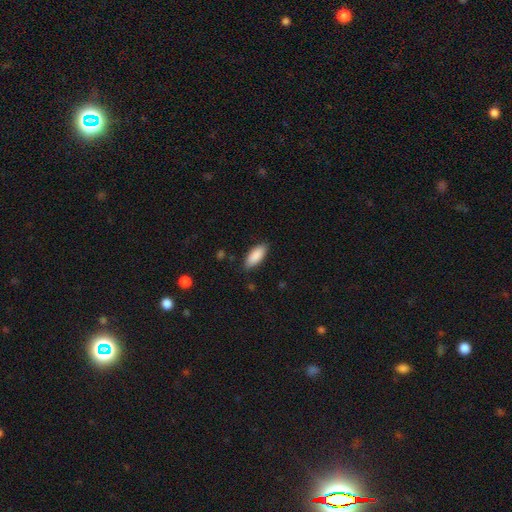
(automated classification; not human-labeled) smooth-or-featured: smooth: 89% | star or artifact: 6% | featured or disk: 5%
  how-rounded: in between: 83% | cigar-shaped: 15% | round: 2%
  merging: none: 85% | minor disturbance: 11% | major disturbance: 2% | merger: 1%